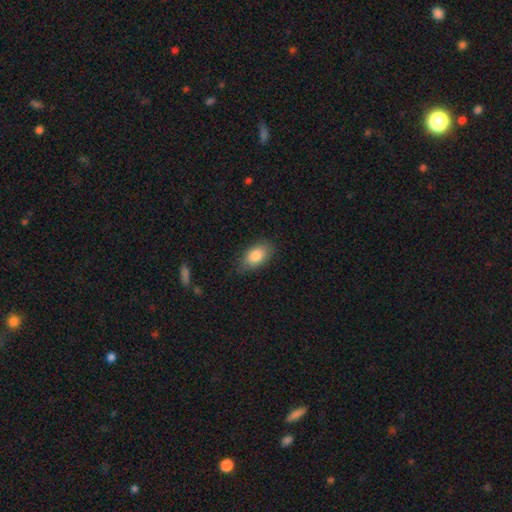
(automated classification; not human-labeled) Q: Smooth or featured?
A: smooth (84%); runner-up: featured or disk (9%)
Q: How rounded?
A: in between (91%); runner-up: round (7%)
Q: Merging?
A: none (78%); runner-up: minor disturbance (17%)